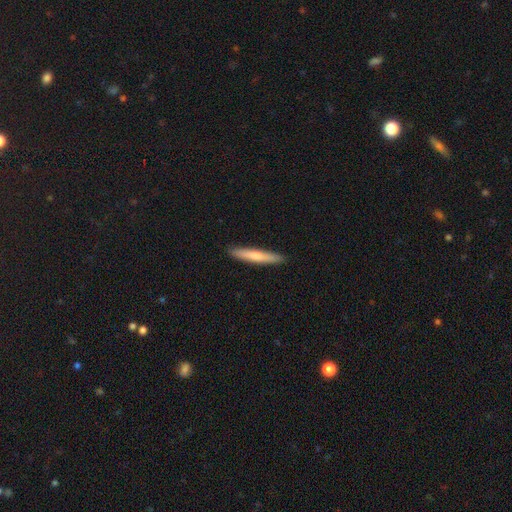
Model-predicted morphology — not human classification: Smooth or featured? smooth (69%)
How rounded? cigar-shaped (95%)
Merging? none (92%)